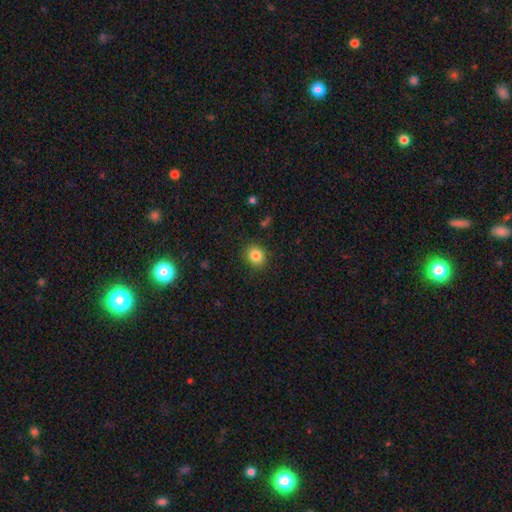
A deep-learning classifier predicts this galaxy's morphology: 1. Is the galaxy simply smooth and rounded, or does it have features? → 83% smooth, 11% star or artifact, 6% featured or disk.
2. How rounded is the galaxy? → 71% round, 28% in between, 1% cigar-shaped.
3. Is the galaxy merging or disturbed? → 88% none, 9% minor disturbance, 2% major disturbance, 1% merger.